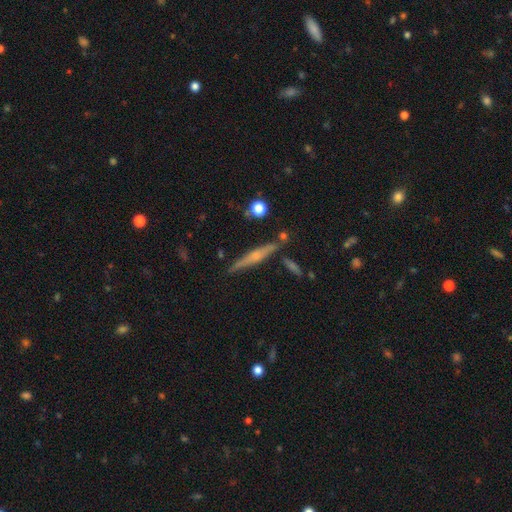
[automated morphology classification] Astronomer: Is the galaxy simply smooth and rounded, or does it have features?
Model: featured or disk — 64%.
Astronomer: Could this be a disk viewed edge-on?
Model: yes — 97%.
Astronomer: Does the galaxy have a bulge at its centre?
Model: rounded — 64%.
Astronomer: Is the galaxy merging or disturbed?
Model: none — 83%.